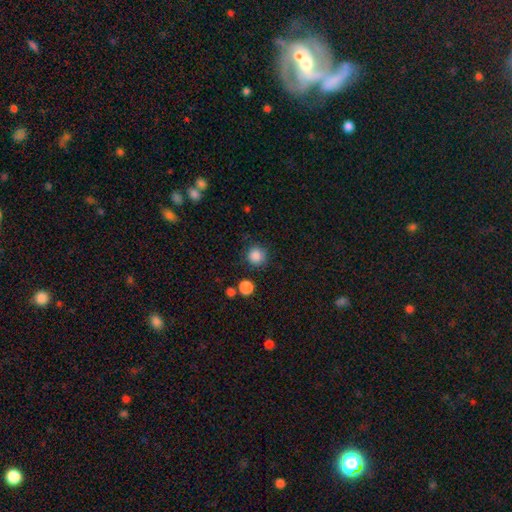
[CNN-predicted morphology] A smooth galaxy with no disk features (86%) that is round (94%). Merging: none (85%).